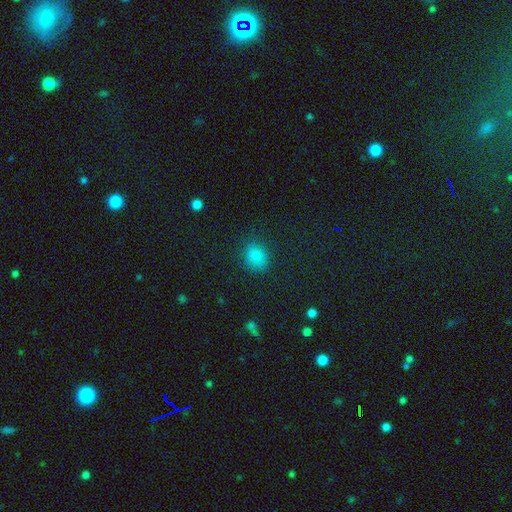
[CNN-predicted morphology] smooth-or-featured: smooth: 81% | star or artifact: 14% | featured or disk: 5%
  how-rounded: round: 57% | in between: 41% | cigar-shaped: 1%
  merging: none: 81% | minor disturbance: 14% | major disturbance: 4% | merger: 1%